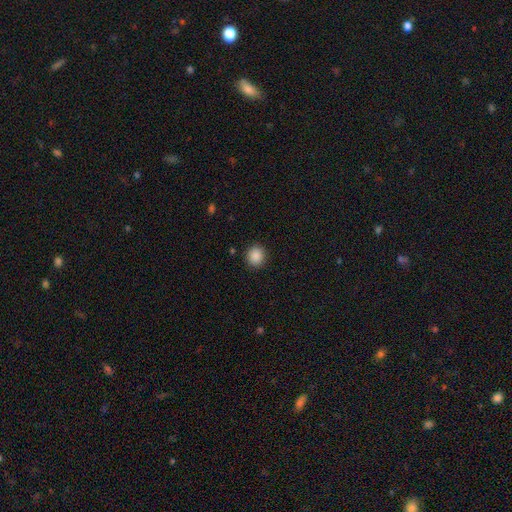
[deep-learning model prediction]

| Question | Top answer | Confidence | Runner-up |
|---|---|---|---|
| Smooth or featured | smooth | 88% | star or artifact (9%) |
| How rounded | round | 86% | in between (14%) |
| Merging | none | 91% | minor disturbance (6%) |